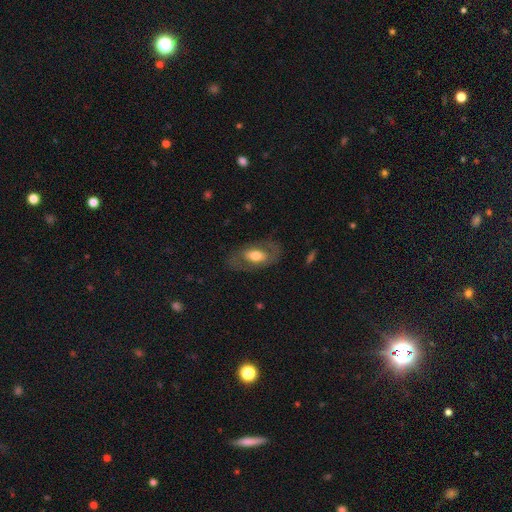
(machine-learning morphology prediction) Overall: featured or disk (49%; smooth 45%). Merging: none (74%).